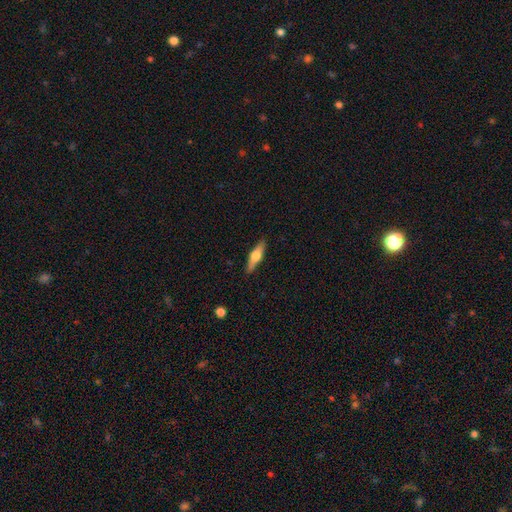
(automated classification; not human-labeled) Smooth or featured? Predicted: featured or disk (p=0.55). Edge-on disk? Predicted: yes (p=0.95). Edge-on bulge? Predicted: rounded (p=0.93). Merging? Predicted: none (p=0.89).